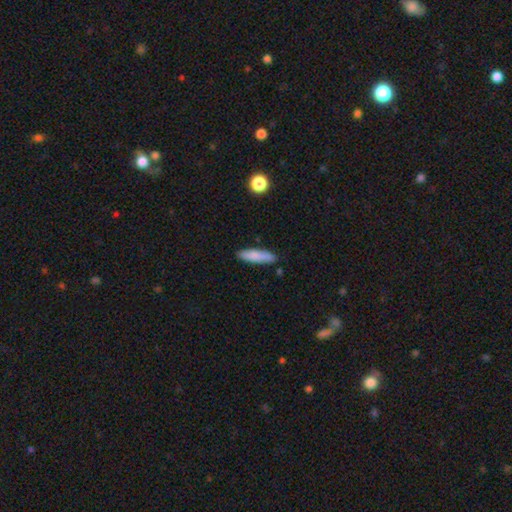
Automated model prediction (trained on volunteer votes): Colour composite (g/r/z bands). It shows a smooth galaxy with no disk features (82%) that is cigar-shaped (73%). Merging: none (84%).